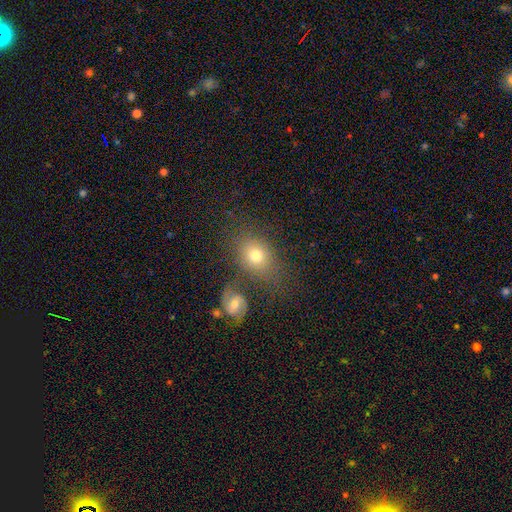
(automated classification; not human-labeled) Smooth or featured? smooth (71%)
How rounded? in between (58%)
Merging? none (60%)